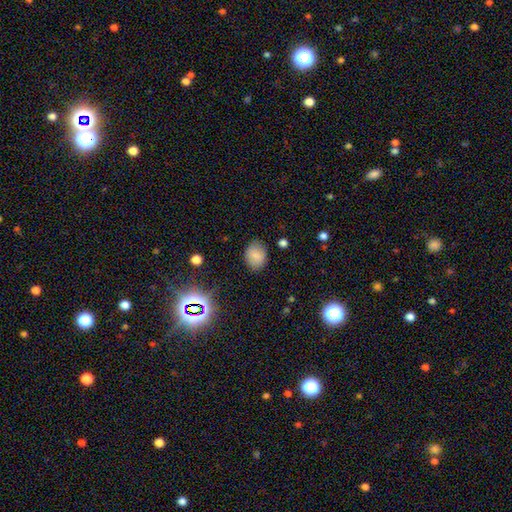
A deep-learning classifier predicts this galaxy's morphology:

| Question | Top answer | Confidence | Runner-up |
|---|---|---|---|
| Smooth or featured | smooth | 79% | star or artifact (12%) |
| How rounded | in between | 61% | round (38%) |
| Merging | none | 83% | minor disturbance (12%) |